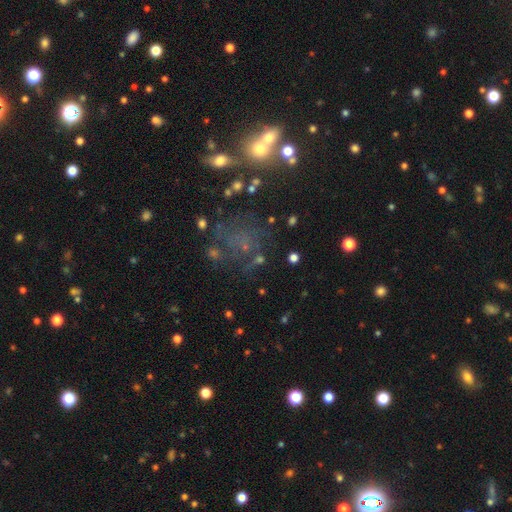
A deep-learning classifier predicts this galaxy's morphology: Smooth or featured?
  - star or artifact: 37% *
  - smooth: 36%
  - featured or disk: 27%